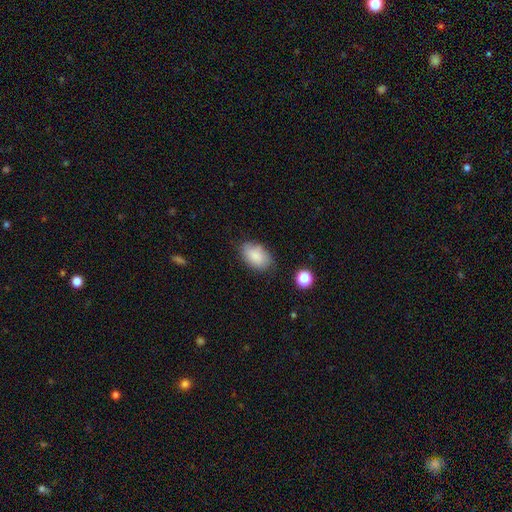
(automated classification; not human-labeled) smooth 86%, star or artifact 7%, featured or disk 7%. Down the decision tree: how rounded — in between (90%); merging — none (75%).